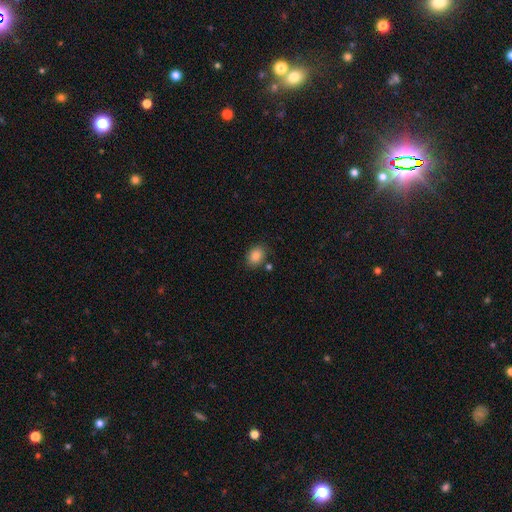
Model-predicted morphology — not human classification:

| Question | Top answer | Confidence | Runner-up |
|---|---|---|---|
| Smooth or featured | smooth | 85% | star or artifact (9%) |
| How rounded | in between | 65% | round (34%) |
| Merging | none | 78% | minor disturbance (13%) |